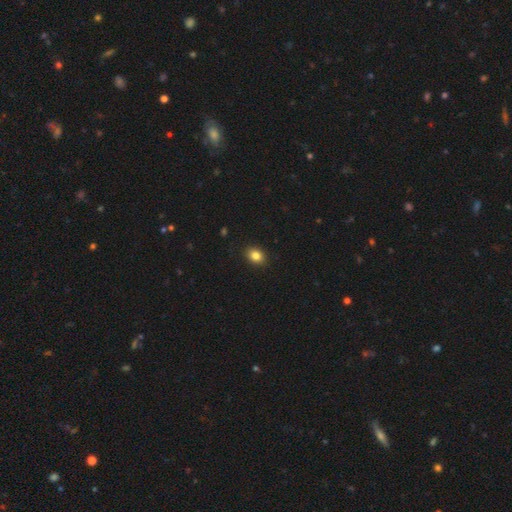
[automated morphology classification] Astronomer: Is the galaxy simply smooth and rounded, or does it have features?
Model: smooth — 84%.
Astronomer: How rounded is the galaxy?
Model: in between — 58% (runner-up: round, 41%).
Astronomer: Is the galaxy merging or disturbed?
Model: none — 90%.